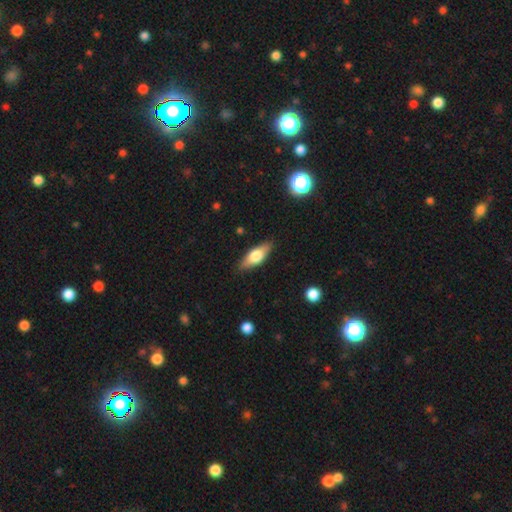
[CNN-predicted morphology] type=smooth (61%); roundness=in between (70%); merging=none (86%).